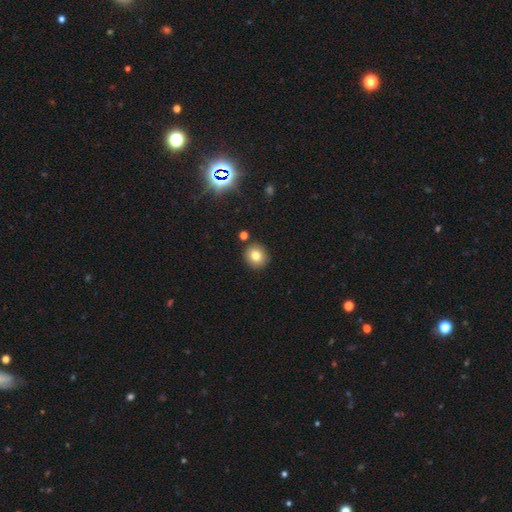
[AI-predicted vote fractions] A smooth galaxy with no disk features (79%) that is round (89%). Merging: none (88%).